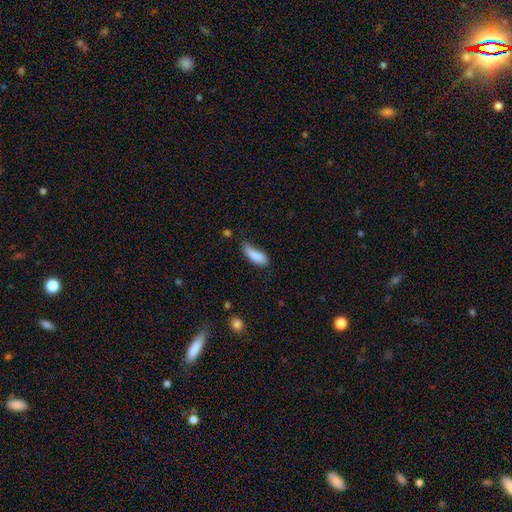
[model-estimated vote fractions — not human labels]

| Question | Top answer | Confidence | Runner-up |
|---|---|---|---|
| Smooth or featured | smooth | 84% | featured or disk (9%) |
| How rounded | in between | 66% | cigar-shaped (31%) |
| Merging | minor disturbance | 41% | none (40%) |